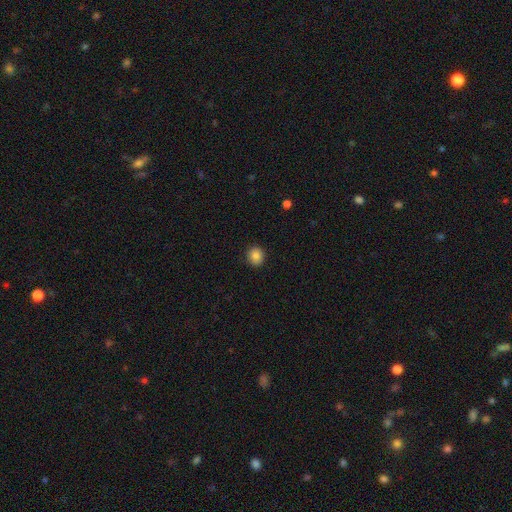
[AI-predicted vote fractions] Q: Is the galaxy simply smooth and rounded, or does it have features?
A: smooth — 84%.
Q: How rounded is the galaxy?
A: round — 81%.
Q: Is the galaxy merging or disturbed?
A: none — 90%.